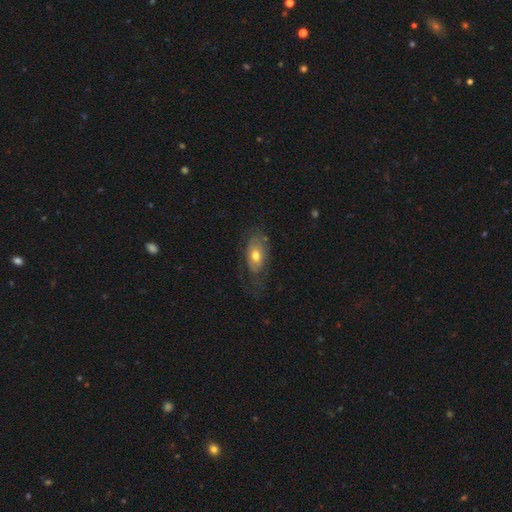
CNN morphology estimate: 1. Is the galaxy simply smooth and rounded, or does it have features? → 48% smooth, 45% featured or disk, 7% star or artifact.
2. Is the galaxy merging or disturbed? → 51% none, 26% minor disturbance, 22% major disturbance, 2% merger.